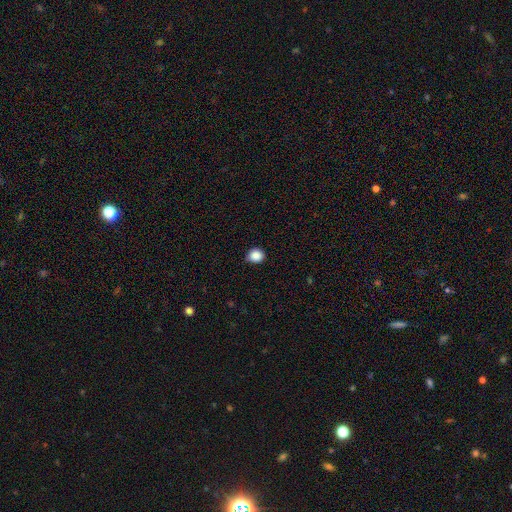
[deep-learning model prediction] Q: Smooth or featured?
A: smooth (88%); runner-up: star or artifact (9%)
Q: How rounded?
A: round (83%); runner-up: in between (16%)
Q: Merging?
A: none (83%); runner-up: minor disturbance (13%)